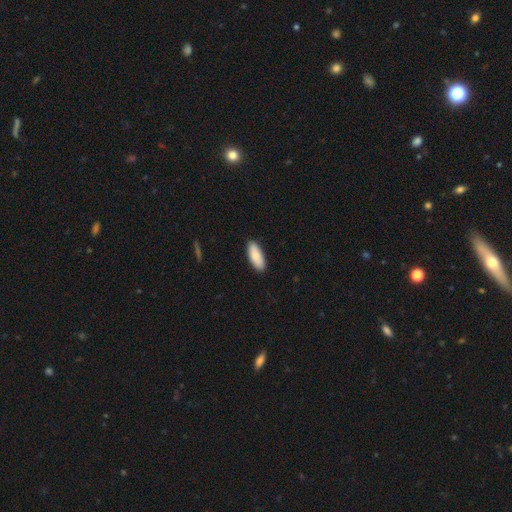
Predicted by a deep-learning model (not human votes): Smooth or featured? Predicted: smooth (p=0.86). How rounded? Predicted: in between (p=0.79). Merging? Predicted: none (p=0.89).